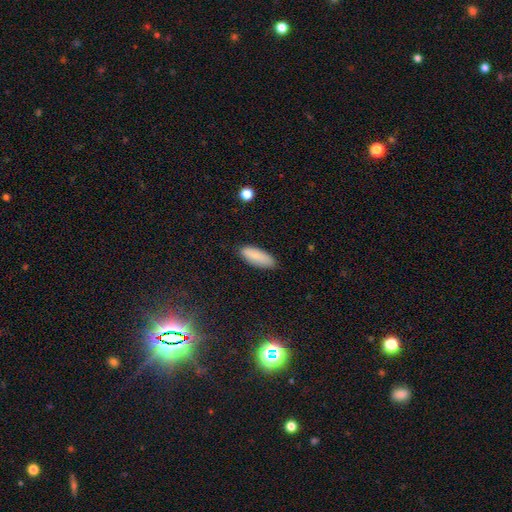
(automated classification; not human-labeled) This appears to be a smooth galaxy with no disk features (87%) that is in between round and cigar-shaped (62%). Merging: none (85%).